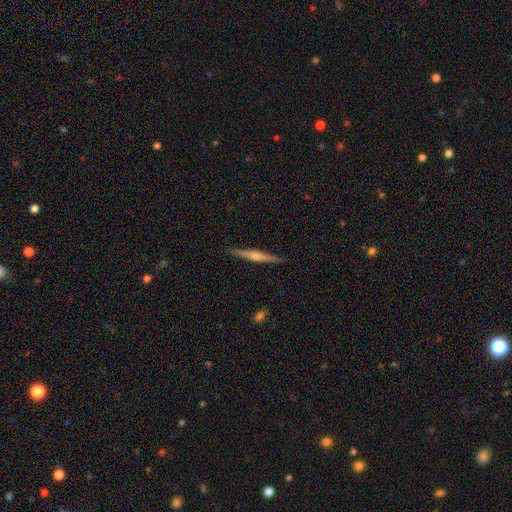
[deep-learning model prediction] smooth_or_featured: featured or disk (p=0.69) [alt: smooth p=0.24]
disk_edge_on: yes (p=0.97) [alt: no p=0.03]
edge_on_bulge: rounded (p=0.77) [alt: none p=0.15]
merging: none (p=0.90) [alt: minor disturbance p=0.07]